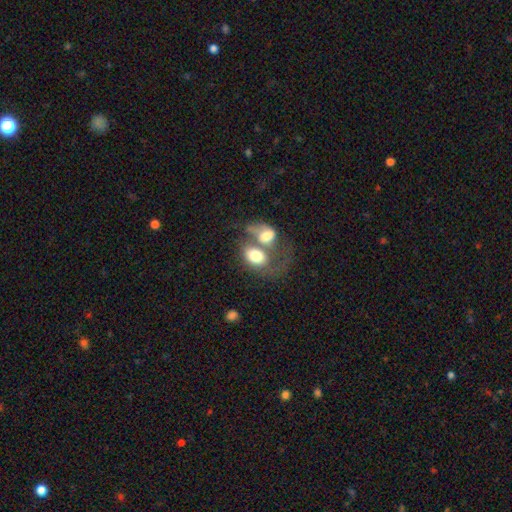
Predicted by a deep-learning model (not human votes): This appears to be a smooth galaxy with no disk features (65%) that is in between round and cigar-shaped (70%). Merging: merger (70%).